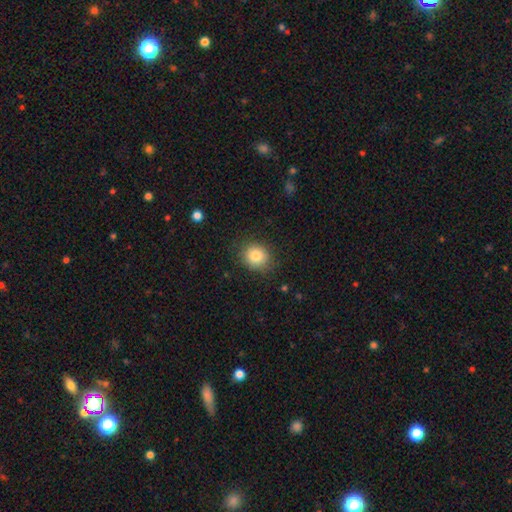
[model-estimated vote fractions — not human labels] Smooth or featured? Predicted: smooth (p=0.83). How rounded? Predicted: round (p=0.77). Merging? Predicted: none (p=0.84).